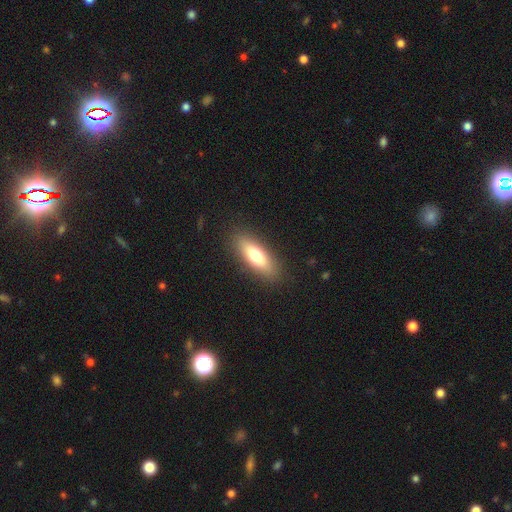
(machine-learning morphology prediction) A smooth galaxy with no disk features (73%) that is in between round and cigar-shaped (54%).

Vote fractions:
- Smooth or featured? smooth: 73% / featured or disk: 20% / star or artifact: 7%
- How rounded? in between: 54% / cigar-shaped: 44% / round: 2%
- Merging? none: 87% / minor disturbance: 9% / major disturbance: 3% / merger: 1%